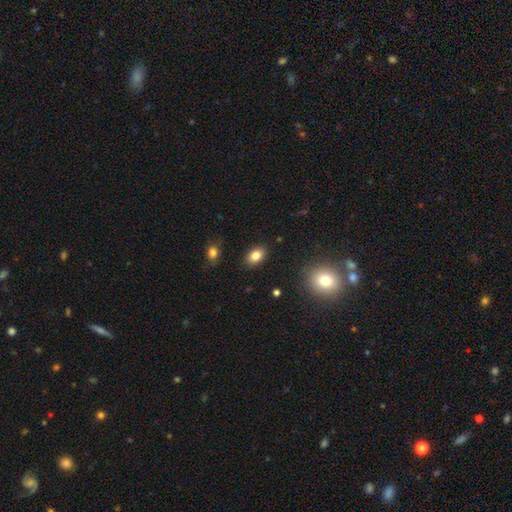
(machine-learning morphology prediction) smooth 83%, star or artifact 10%, featured or disk 7%. Down the decision tree: how rounded — in between (84%); merging — none (87%).